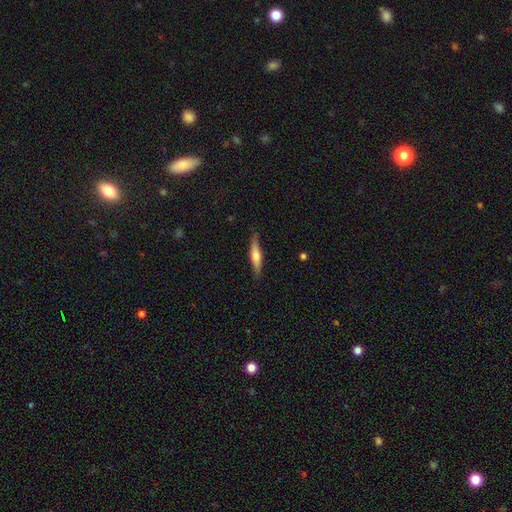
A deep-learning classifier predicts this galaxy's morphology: smooth-or-featured: featured or disk: 51% | smooth: 43% | star or artifact: 6%
  disk-edge-on: yes: 94% | no: 6%
  merging: none: 85% | minor disturbance: 12% | major disturbance: 2% | merger: 1%